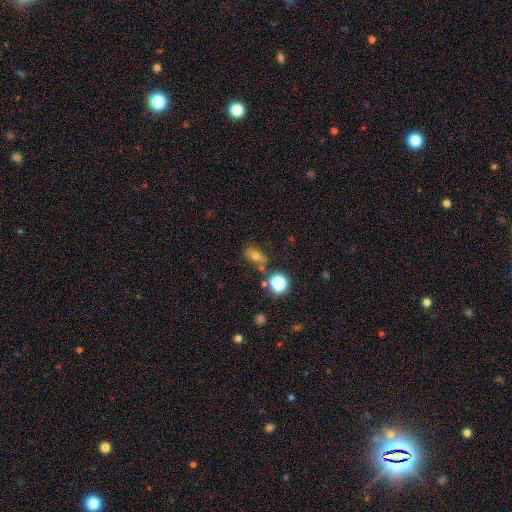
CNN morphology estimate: Smooth or featured: smooth — 63% (star or artifact — 19%)
How rounded: in between — 68% (round — 26%)
Merging: none — 69% (minor disturbance — 16%)